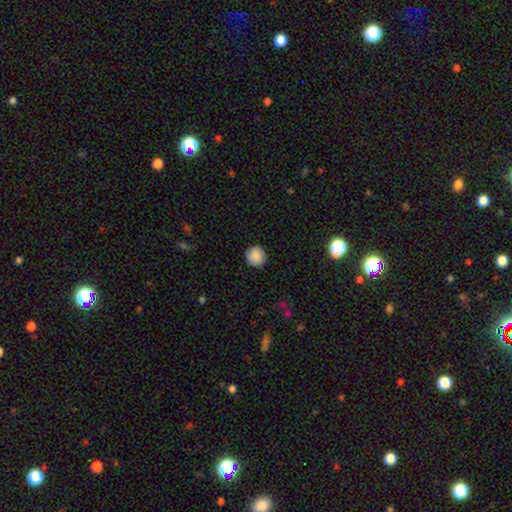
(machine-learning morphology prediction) Smooth or featured: smooth — 88% (star or artifact — 9%)
How rounded: round — 92% (in between — 7%)
Merging: none — 90% (minor disturbance — 7%)